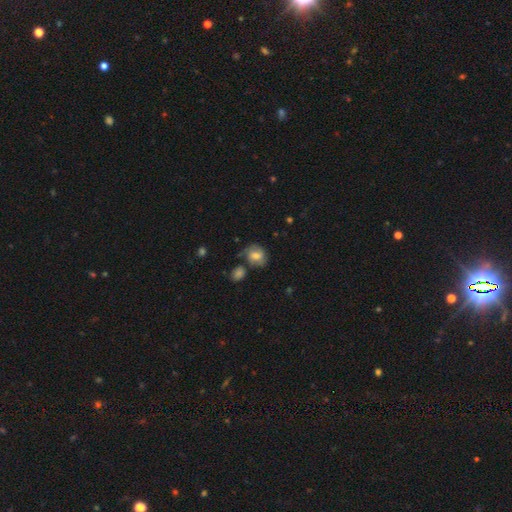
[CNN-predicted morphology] A smooth galaxy with no disk features (55%) that is round (58%).

Vote fractions:
- Smooth or featured? smooth: 55% / featured or disk: 36% / star or artifact: 9%
- How rounded? round: 58% / in between: 40% / cigar-shaped: 1%
- Merging? none: 58% / minor disturbance: 23% / merger: 10% / major disturbance: 10%